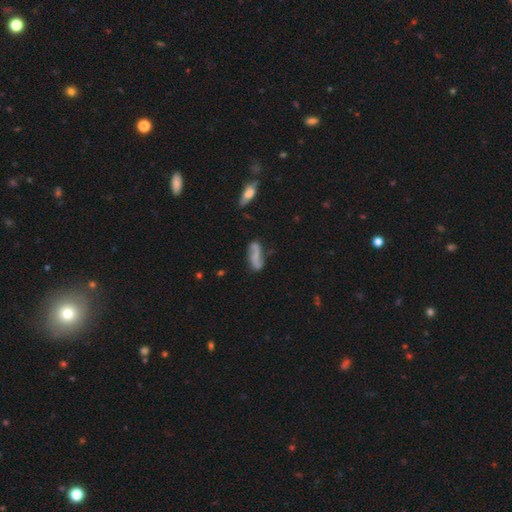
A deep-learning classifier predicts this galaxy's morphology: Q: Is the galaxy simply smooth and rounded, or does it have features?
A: featured or disk — 58%.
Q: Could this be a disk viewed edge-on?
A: no — 91%.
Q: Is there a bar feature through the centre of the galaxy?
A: no — 47%.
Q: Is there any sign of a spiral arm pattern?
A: yes — 88%.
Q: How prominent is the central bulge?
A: none — 61%.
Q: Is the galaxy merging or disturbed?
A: none — 67%.